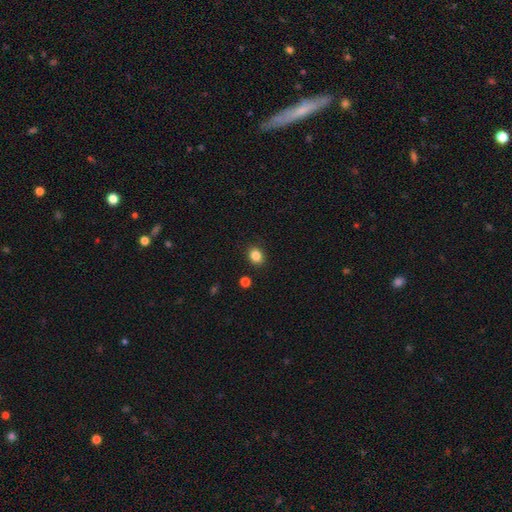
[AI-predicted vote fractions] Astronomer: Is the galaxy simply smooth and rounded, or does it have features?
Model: smooth — 85%.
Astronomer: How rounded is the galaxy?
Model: round — 56% (runner-up: in between, 43%).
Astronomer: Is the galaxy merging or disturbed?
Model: none — 88%.